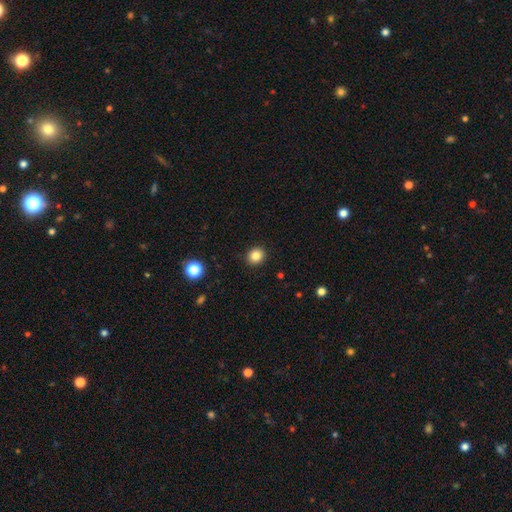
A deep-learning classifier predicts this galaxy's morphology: A smooth galaxy with no disk features (84%) that is round (80%). Merging: none (91%).